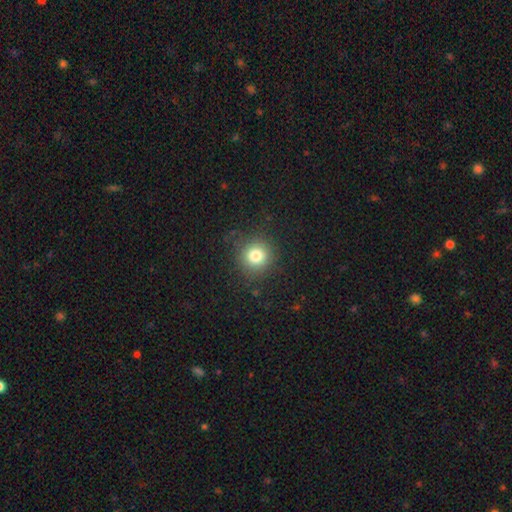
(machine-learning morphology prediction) The model was most divided on "smooth or featured": smooth: 80%, star or artifact: 13%, featured or disk: 7%. More confident: how rounded — round (91%); merging — none (86%).